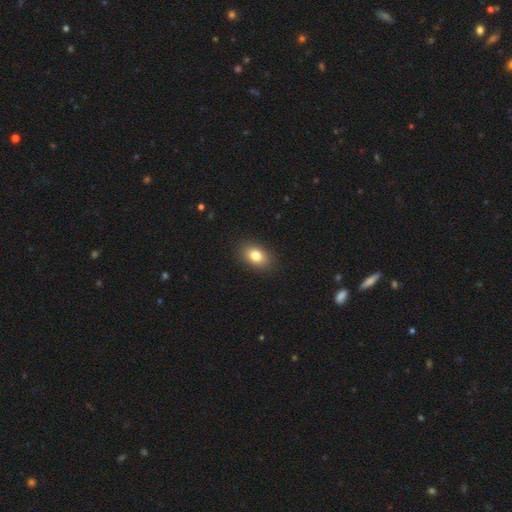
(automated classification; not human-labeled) Overall: smooth (82%). How rounded: in between (79%). Merging: none (89%).